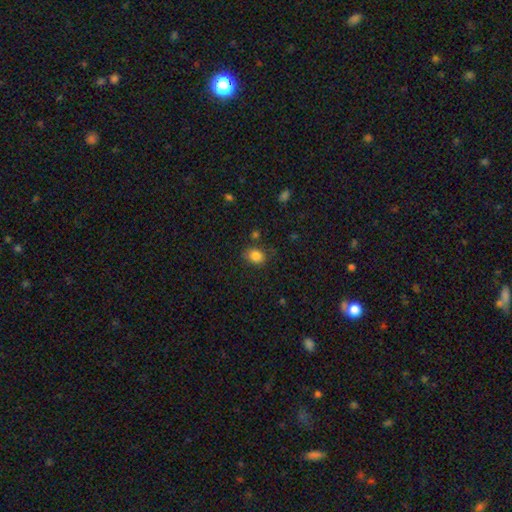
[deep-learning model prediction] The model was most divided on "how rounded": in between: 50%, round: 49%, cigar-shaped: 1%. More confident: smooth or featured — smooth (84%); merging — none (76%).